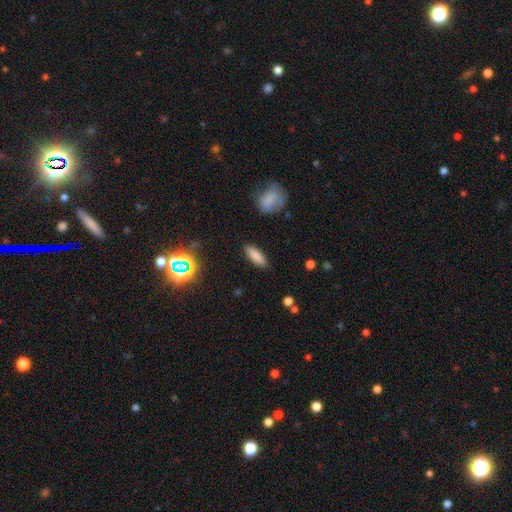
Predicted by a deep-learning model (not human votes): Smooth or featured? Predicted: smooth (p=0.83). How rounded? Predicted: in between (p=0.60). Merging? Predicted: none (p=0.88).